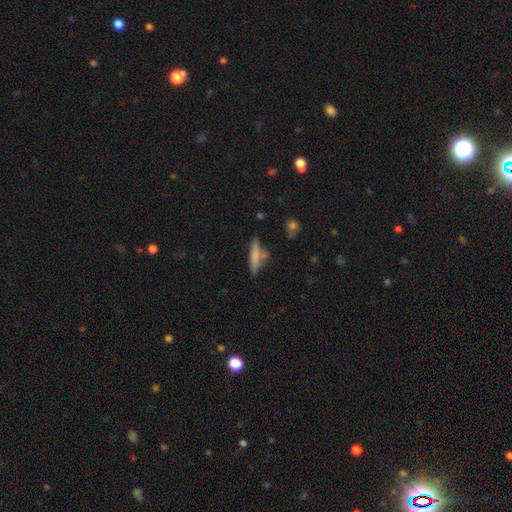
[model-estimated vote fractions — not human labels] smooth 72%, featured or disk 21%, star or artifact 7%. Down the decision tree: how rounded — cigar-shaped (78%); merging — none (64%).